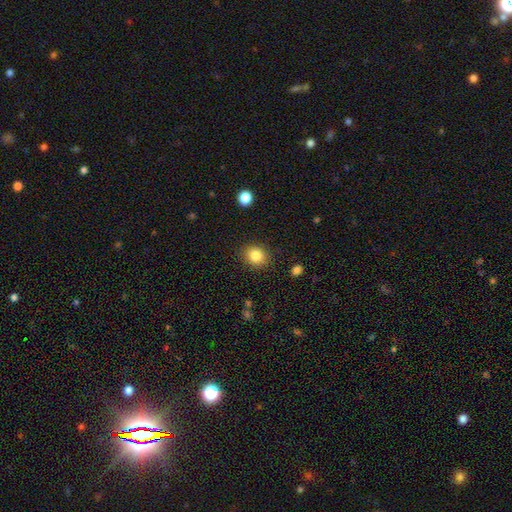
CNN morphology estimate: smooth-or-featured: smooth: 84% | star or artifact: 10% | featured or disk: 6%
  how-rounded: round: 73% | in between: 26% | cigar-shaped: 1%
  merging: none: 88% | minor disturbance: 8% | major disturbance: 3% | merger: 1%